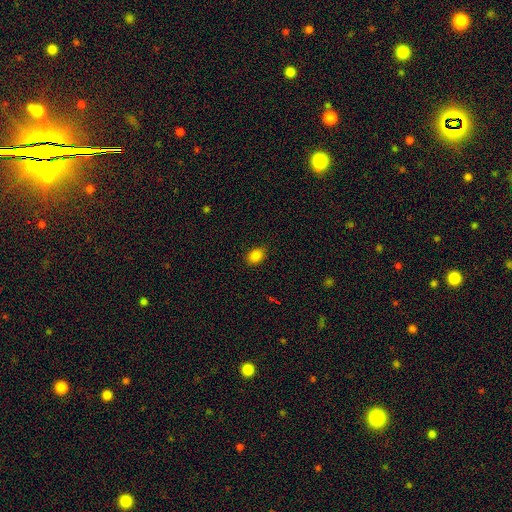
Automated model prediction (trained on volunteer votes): This is clearly a smooth galaxy (85%). How rounded: likely in between (67%). Merging: clearly none (86%).